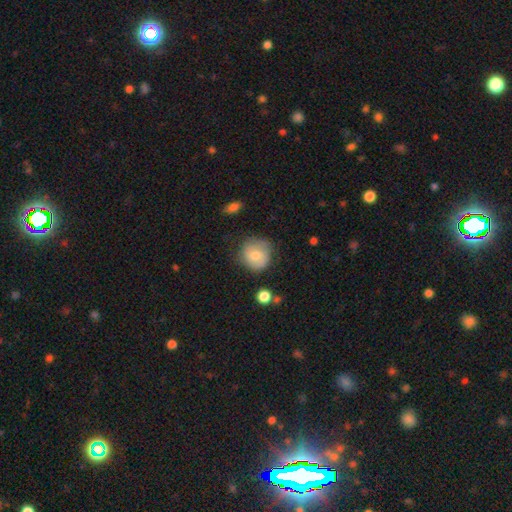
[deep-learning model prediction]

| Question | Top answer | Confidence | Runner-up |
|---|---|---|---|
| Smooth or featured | smooth | 67% | featured or disk (25%) |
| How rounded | round | 85% | in between (14%) |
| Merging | none | 67% | minor disturbance (24%) |